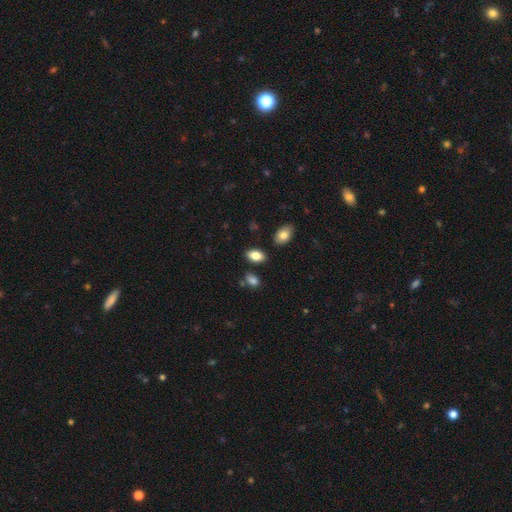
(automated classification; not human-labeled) smooth 85%, star or artifact 8%, featured or disk 7%. Down the decision tree: how rounded — in between (91%); merging — none (82%).